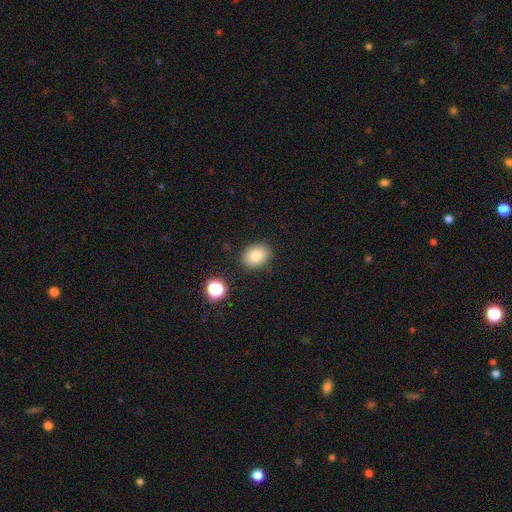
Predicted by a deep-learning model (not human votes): smooth-or-featured: smooth: 80% | star or artifact: 11% | featured or disk: 9%
  how-rounded: in between: 58% | round: 41% | cigar-shaped: 1%
  merging: none: 86% | minor disturbance: 9% | major disturbance: 2% | merger: 2%